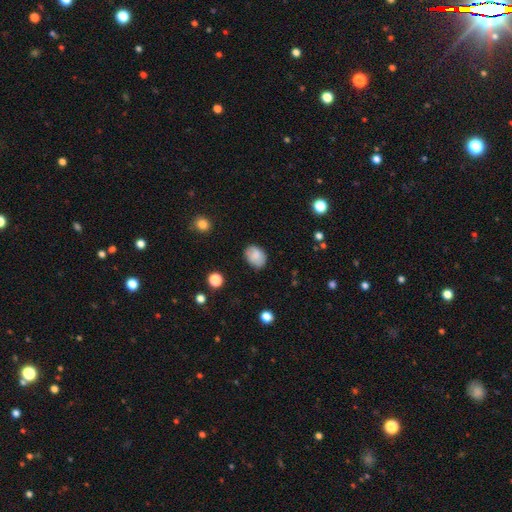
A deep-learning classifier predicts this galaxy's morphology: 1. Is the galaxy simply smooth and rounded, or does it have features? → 81% smooth, 11% featured or disk, 8% star or artifact.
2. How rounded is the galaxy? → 72% in between, 27% round, 1% cigar-shaped.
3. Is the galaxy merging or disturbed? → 78% none, 17% minor disturbance, 3% major disturbance, 1% merger.